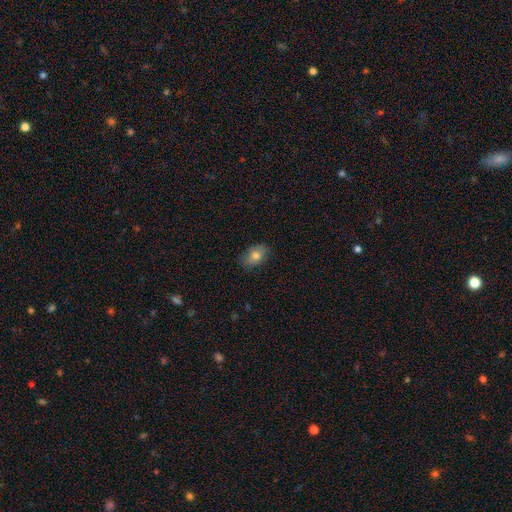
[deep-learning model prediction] Overall: smooth (74%). How rounded: in between (83%). Merging: none (77%).